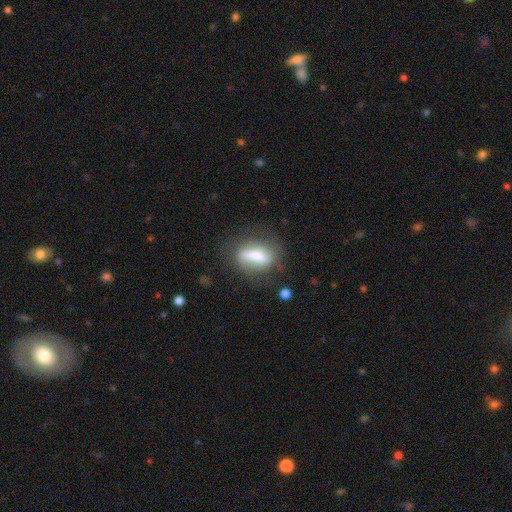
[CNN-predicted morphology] Overall: smooth (49%; featured or disk 42%). Merging: none (62%).